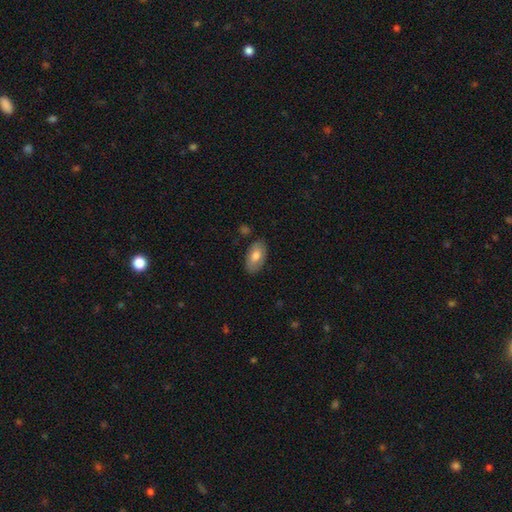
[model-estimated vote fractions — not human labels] Morphology: type=smooth (74%); roundness=in between (94%); merging=none (84%).